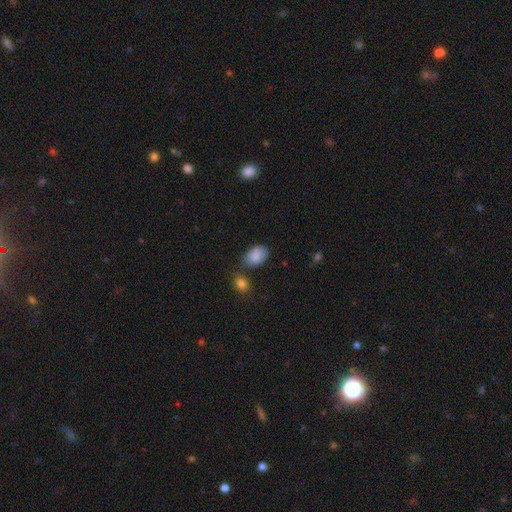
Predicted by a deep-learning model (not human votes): Smooth or featured? Predicted: smooth (p=0.87). How rounded? Predicted: in between (p=0.90). Merging? Predicted: none (p=0.64).